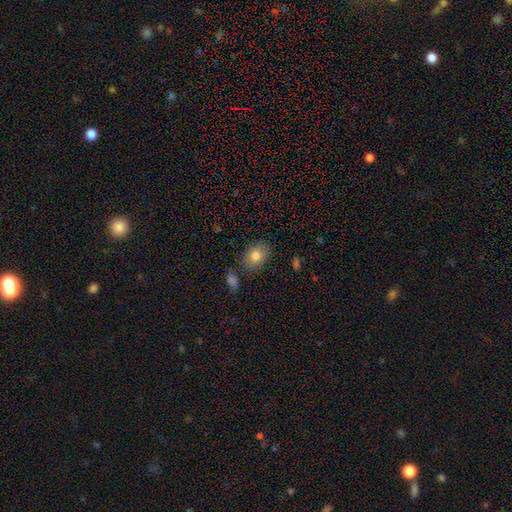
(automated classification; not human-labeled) A smooth galaxy with no disk features (79%) that is in between round and cigar-shaped (68%).

Vote fractions:
- Smooth or featured? smooth: 79% / featured or disk: 12% / star or artifact: 9%
- How rounded? in between: 68% / round: 31% / cigar-shaped: 1%
- Merging? none: 81% / minor disturbance: 12% / merger: 4% / major disturbance: 3%